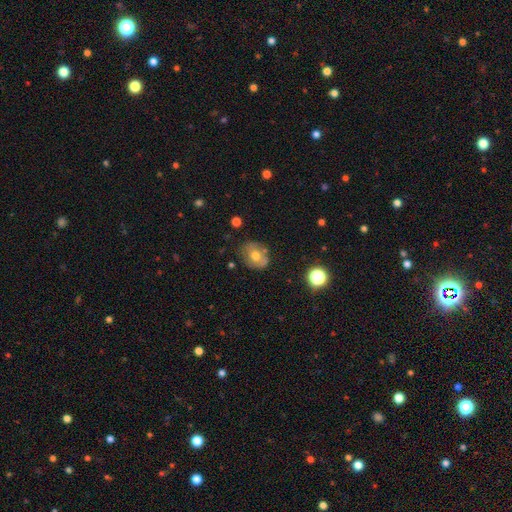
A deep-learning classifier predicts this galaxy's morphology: A smooth galaxy with no disk features (54%) that is round (54%). Merging: none (67%).